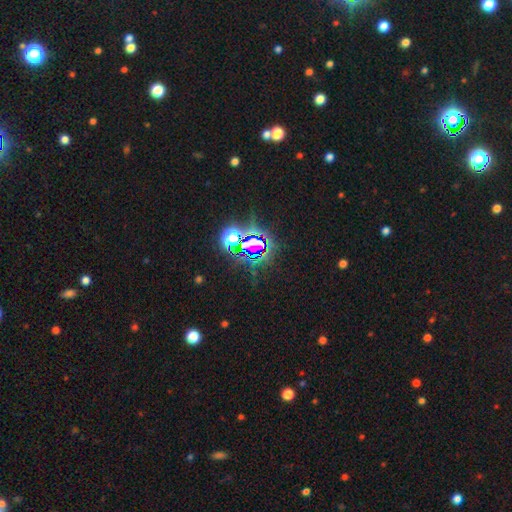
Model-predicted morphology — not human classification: A star or artifact, not a galaxy (80%).

Vote fractions:
- Smooth or featured? star or artifact: 80% / smooth: 12% / featured or disk: 8%